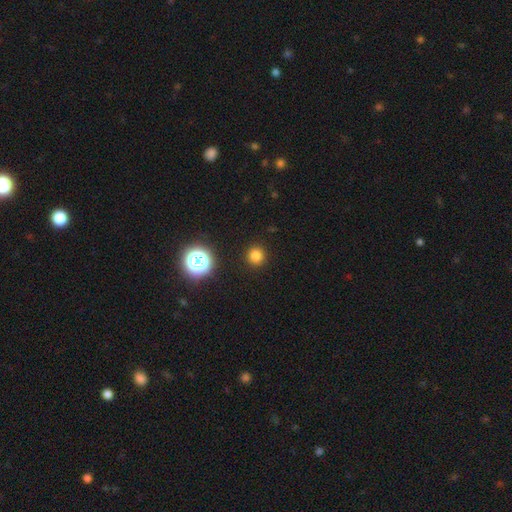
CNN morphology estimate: A smooth galaxy with no disk features (79%) that is round (93%).

Vote fractions:
- Smooth or featured? smooth: 79% / star or artifact: 16% / featured or disk: 5%
- How rounded? round: 93% / in between: 6% / cigar-shaped: 1%
- Merging? none: 92% / minor disturbance: 5% / major disturbance: 2% / merger: 1%